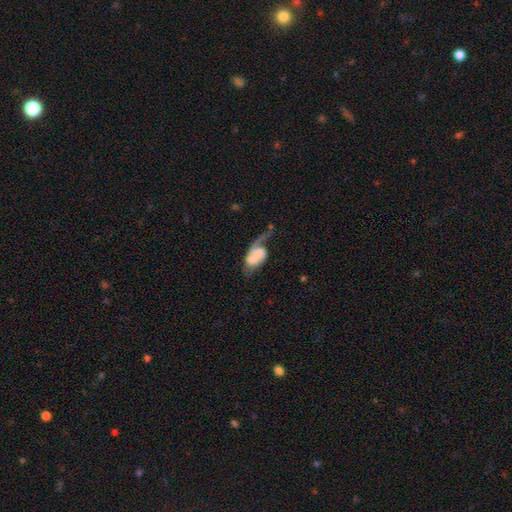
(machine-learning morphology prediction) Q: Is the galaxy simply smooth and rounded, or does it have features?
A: featured or disk — 54%.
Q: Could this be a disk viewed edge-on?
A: no — 94%.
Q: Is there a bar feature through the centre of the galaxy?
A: no — 72%.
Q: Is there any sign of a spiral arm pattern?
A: yes — 61%.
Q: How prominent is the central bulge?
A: small — 29%.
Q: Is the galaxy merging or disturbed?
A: merger — 40%.